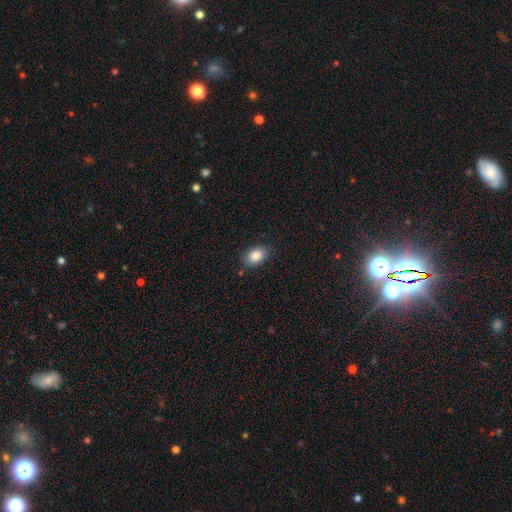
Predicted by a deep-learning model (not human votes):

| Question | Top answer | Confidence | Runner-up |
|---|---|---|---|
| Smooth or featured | smooth | 85% | star or artifact (8%) |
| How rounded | in between | 83% | round (15%) |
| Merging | none | 80% | minor disturbance (15%) |